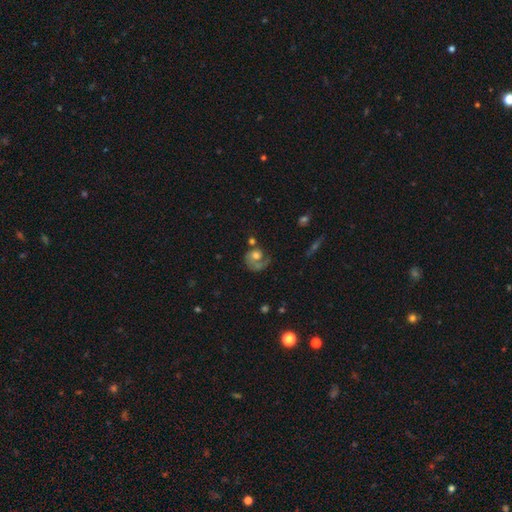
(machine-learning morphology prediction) Overall: featured or disk (55%; smooth 36%). Edge-on disk: no (97%). Bar: no (82%). Spiral arms: yes (76%). Bulge size: moderate (51%; large 22%). Merging: none (38%; major disturbance 34%).